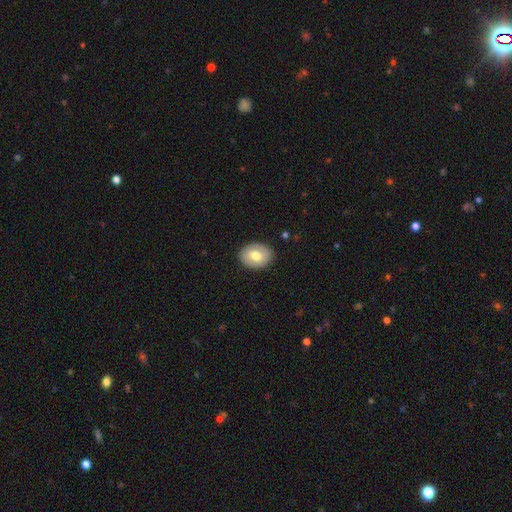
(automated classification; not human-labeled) Smooth or featured? Predicted: smooth (p=0.70). How rounded? Predicted: in between (p=0.62). Merging? Predicted: none (p=0.88).